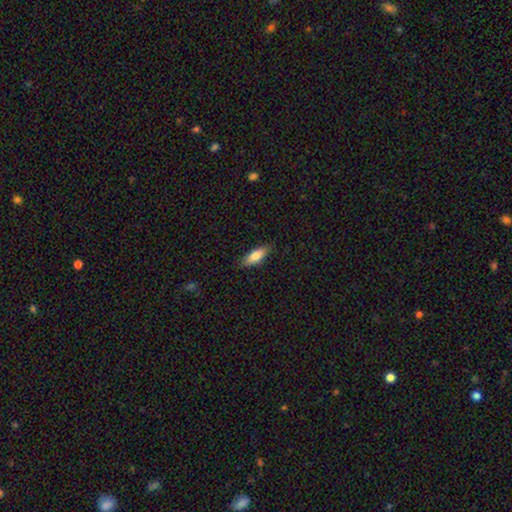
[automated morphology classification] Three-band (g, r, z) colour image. It shows a smooth galaxy with no disk features (76%) that is in between round and cigar-shaped (63%). Merging: none (85%).